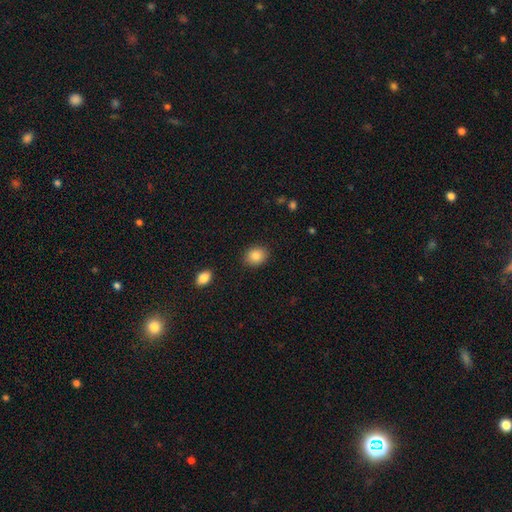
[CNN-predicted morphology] A smooth galaxy with no disk features (85%) that is round (59%).

Vote fractions:
- Smooth or featured? smooth: 85% / star or artifact: 9% / featured or disk: 6%
- How rounded? round: 59% / in between: 40% / cigar-shaped: 1%
- Merging? none: 89% / minor disturbance: 8% / major disturbance: 2% / merger: 1%